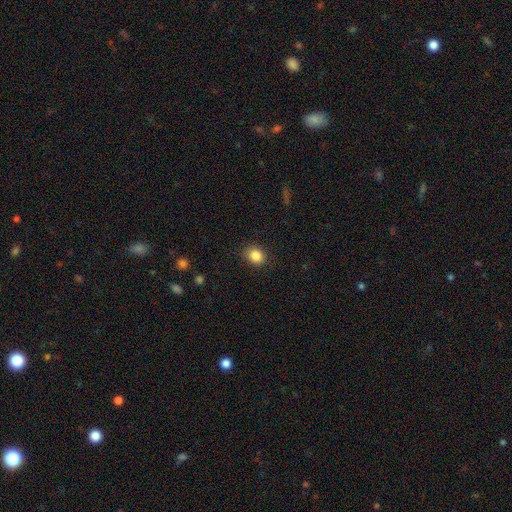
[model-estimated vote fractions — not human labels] Overall: smooth (86%). How rounded: round (59%; in between 40%). Merging: none (87%).